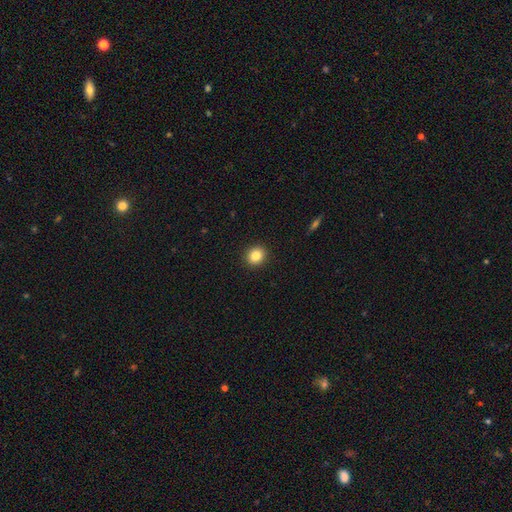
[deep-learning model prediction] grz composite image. It shows a smooth galaxy with no disk features (84%) that is round (79%). Merging: none (92%).